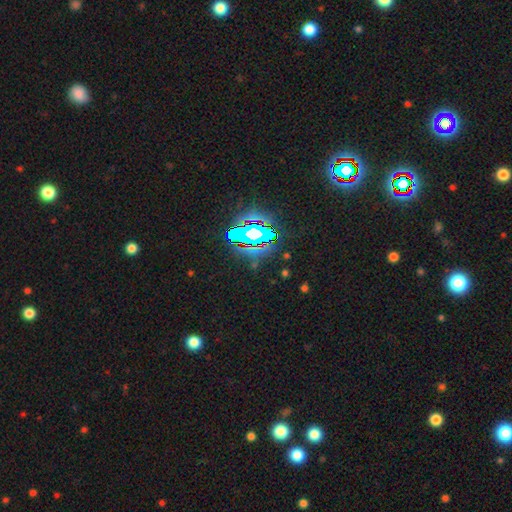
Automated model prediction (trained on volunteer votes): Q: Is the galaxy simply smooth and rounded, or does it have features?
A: star or artifact — 83%.